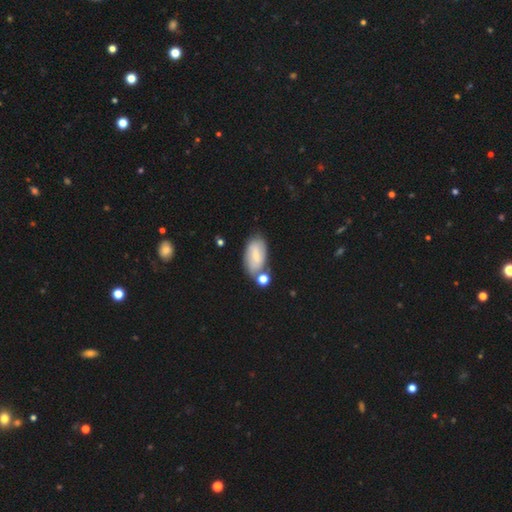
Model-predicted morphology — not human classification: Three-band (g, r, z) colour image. It shows a smooth galaxy with no disk features (66%) that is in between round and cigar-shaped (92%). Merging: none (56%).